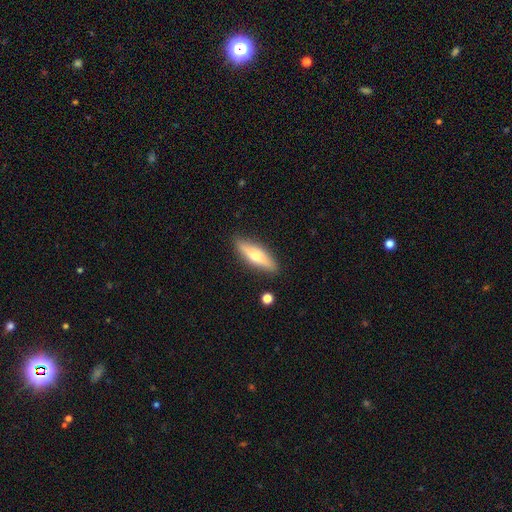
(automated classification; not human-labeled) Smooth or featured? featured or disk (48%)
Merging? none (86%)